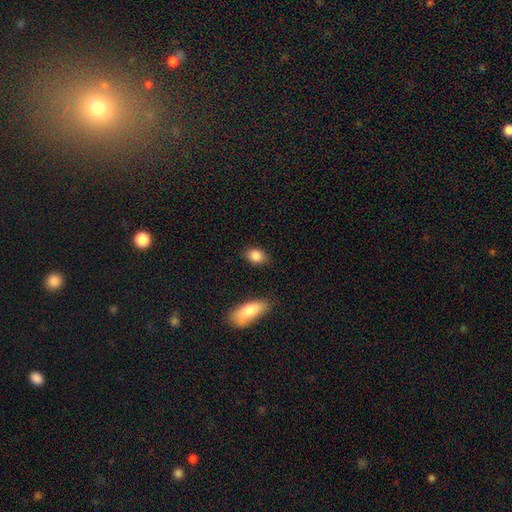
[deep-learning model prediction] Q: Smooth or featured?
A: smooth (87%); runner-up: star or artifact (8%)
Q: How rounded?
A: in between (71%); runner-up: round (26%)
Q: Merging?
A: none (82%); runner-up: minor disturbance (13%)